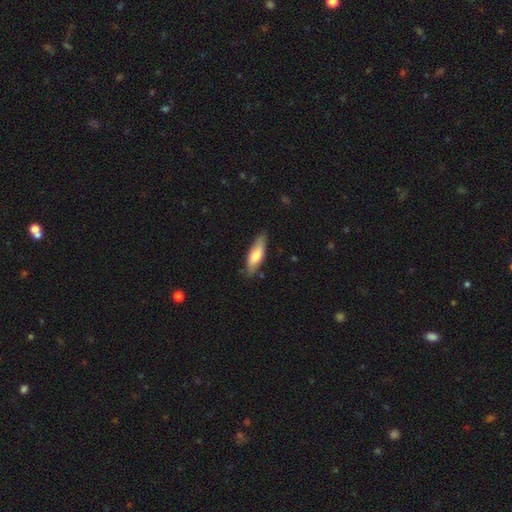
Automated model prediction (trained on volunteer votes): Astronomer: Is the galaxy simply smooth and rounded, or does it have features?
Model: smooth — 69%.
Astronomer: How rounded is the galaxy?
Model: in between — 51% (runner-up: cigar-shaped, 48%).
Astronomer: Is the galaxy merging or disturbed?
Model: none — 80%.